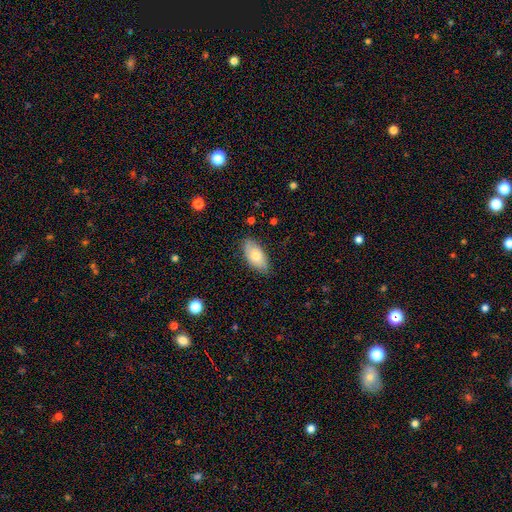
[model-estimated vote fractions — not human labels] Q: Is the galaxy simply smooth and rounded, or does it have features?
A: smooth — 70%.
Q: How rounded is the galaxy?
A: in between — 93%.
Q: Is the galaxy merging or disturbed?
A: none — 79%.